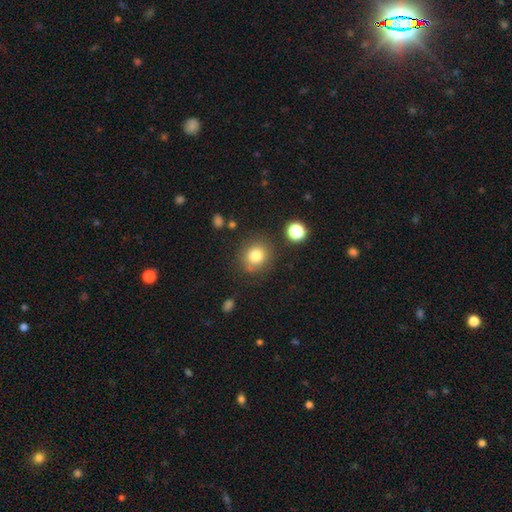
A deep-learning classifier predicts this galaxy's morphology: This appears to be a smooth galaxy with no disk features (80%) that is round (83%). Merging: none (81%).